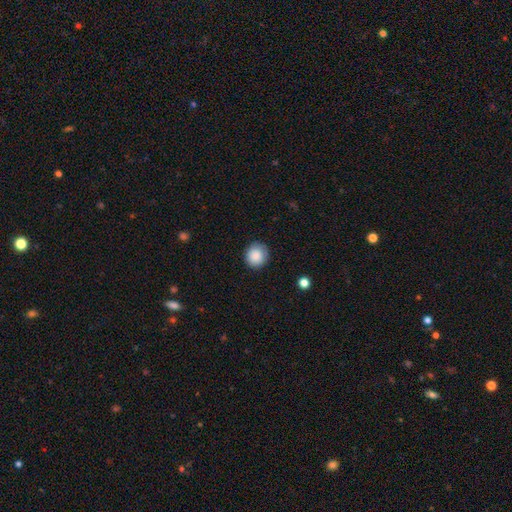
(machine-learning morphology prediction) smooth_or_featured: smooth (p=0.88) [alt: star or artifact p=0.08]
how_rounded: round (p=0.88) [alt: in between p=0.11]
merging: none (p=0.86) [alt: minor disturbance p=0.10]